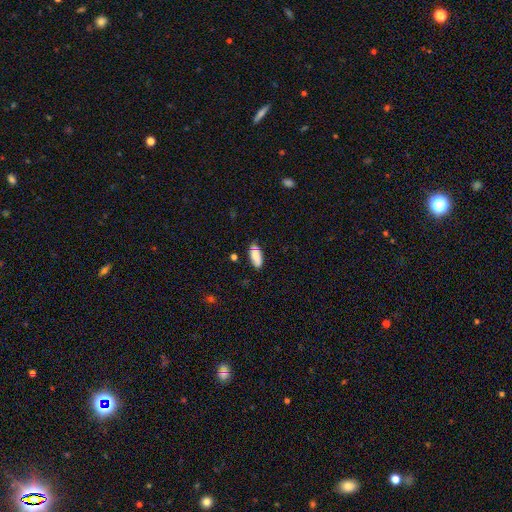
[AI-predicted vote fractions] A smooth galaxy with no disk features (81%) that is in between round and cigar-shaped (85%). Merging: none (67%).